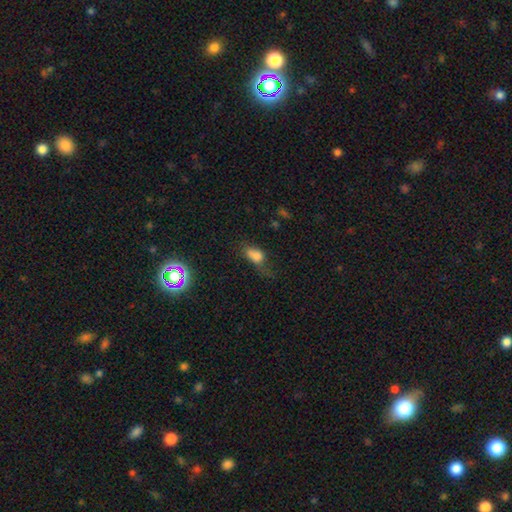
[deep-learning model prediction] smooth-or-featured: smooth: 71% | star or artifact: 15% | featured or disk: 14%
  how-rounded: in between: 77% | round: 15% | cigar-shaped: 8%
  merging: major disturbance: 32% | none: 30% | minor disturbance: 29% | merger: 9%